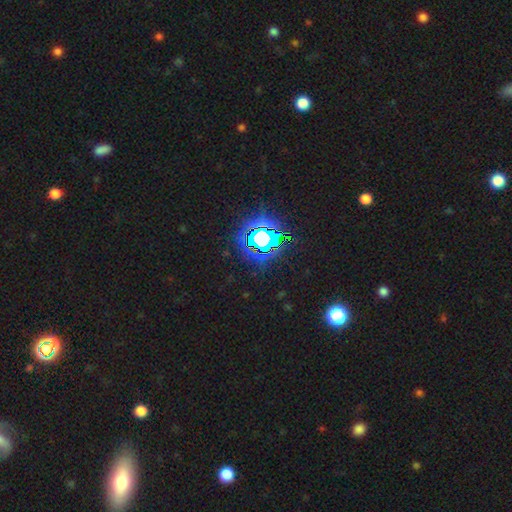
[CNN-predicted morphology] Q: Smooth or featured?
A: star or artifact (82%); runner-up: smooth (11%)